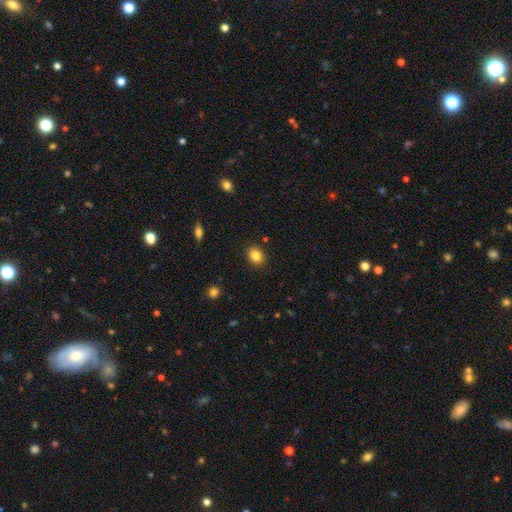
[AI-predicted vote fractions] smooth_or_featured: smooth (p=0.84) [alt: star or artifact p=0.10]
how_rounded: in between (p=0.50) [alt: round p=0.49]
merging: none (p=0.88) [alt: minor disturbance p=0.08]